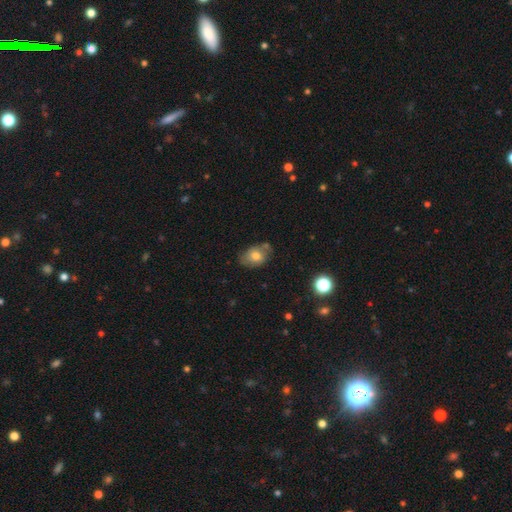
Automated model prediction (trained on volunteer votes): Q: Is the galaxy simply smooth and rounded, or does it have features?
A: smooth — 71%.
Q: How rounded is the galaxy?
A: in between — 72%.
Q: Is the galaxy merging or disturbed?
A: none — 60%.